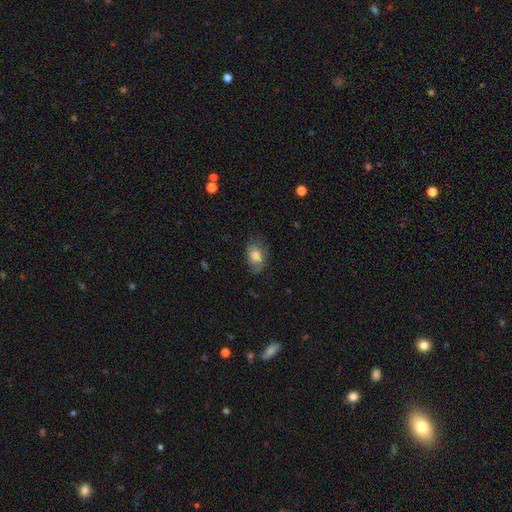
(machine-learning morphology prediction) smooth-or-featured: smooth: 74% | featured or disk: 17% | star or artifact: 8%
  how-rounded: in between: 80% | round: 18% | cigar-shaped: 1%
  merging: none: 66% | minor disturbance: 26% | major disturbance: 7% | merger: 1%